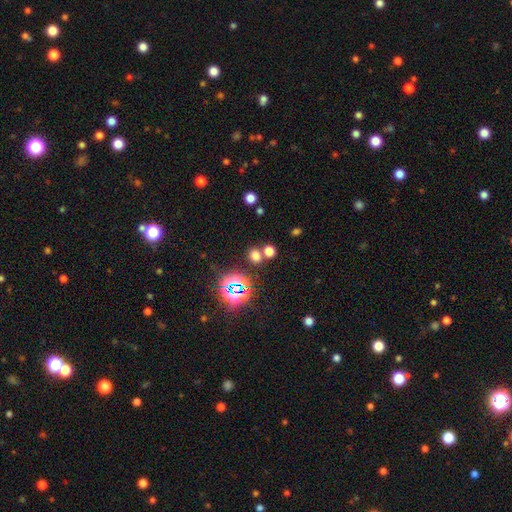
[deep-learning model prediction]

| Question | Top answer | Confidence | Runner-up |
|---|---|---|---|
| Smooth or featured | smooth | 60% | star or artifact (34%) |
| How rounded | round | 66% | in between (33%) |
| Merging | none | 67% | merger (22%) |